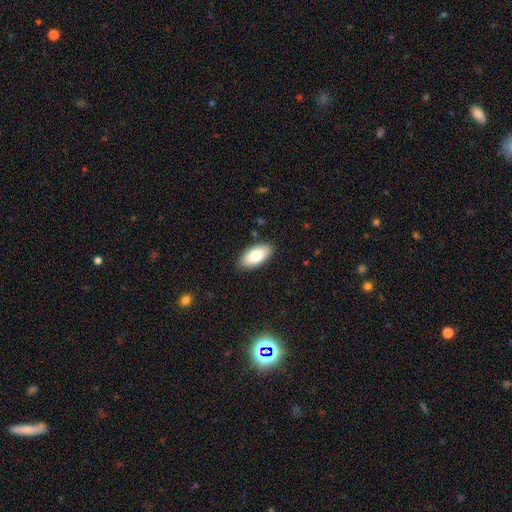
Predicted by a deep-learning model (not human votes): smooth-or-featured: smooth: 80% | featured or disk: 14% | star or artifact: 6%
  how-rounded: in between: 93% | cigar-shaped: 5% | round: 2%
  merging: none: 88% | minor disturbance: 9% | major disturbance: 2% | merger: 1%